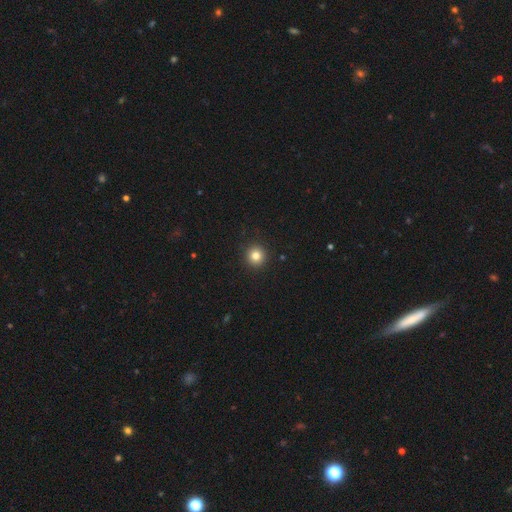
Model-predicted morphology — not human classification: This appears to be a smooth galaxy with no disk features (82%) that is round (95%). Merging: none (93%).